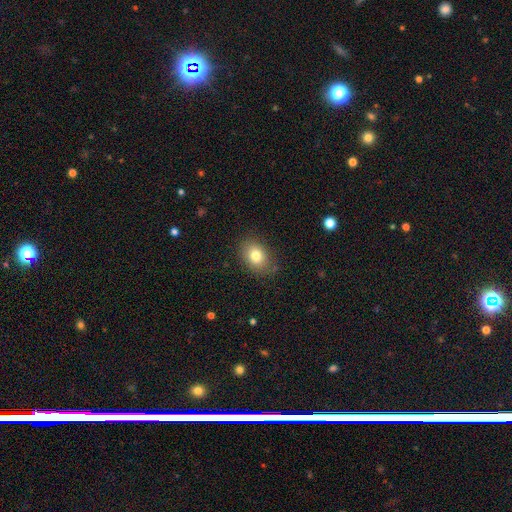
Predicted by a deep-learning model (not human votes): Smooth or featured: smooth — 80% (featured or disk — 10%)
How rounded: in between — 71% (round — 28%)
Merging: none — 81% (minor disturbance — 14%)